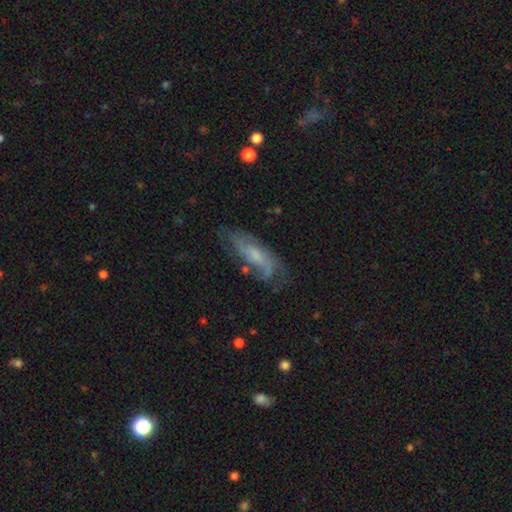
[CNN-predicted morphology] Smooth or featured? featured or disk (65%)
Edge-on disk? no (83%)
Bar? no (59%)
Spiral arms? yes (85%)
Bulge size? small (49%)
Merging? none (59%)